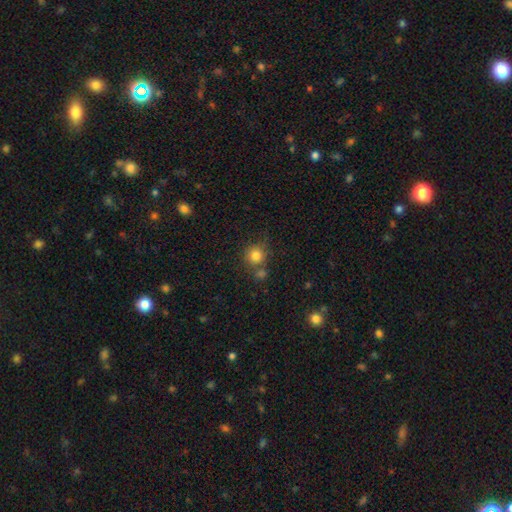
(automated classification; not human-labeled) Smooth or featured? smooth (82%)
How rounded? round (91%)
Merging? none (65%)